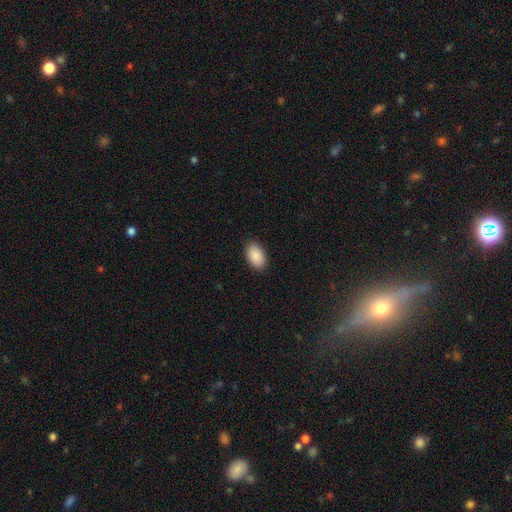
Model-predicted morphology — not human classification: A smooth galaxy with no disk features (90%) that is in between round and cigar-shaped (93%).

Vote fractions:
- Smooth or featured? smooth: 90% / star or artifact: 6% / featured or disk: 3%
- How rounded? in between: 93% / round: 6% / cigar-shaped: 1%
- Merging? none: 89% / minor disturbance: 8% / major disturbance: 2% / merger: 1%